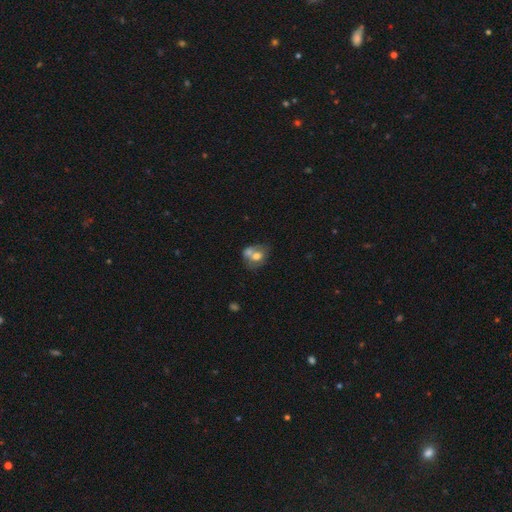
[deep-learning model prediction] Smooth or featured? smooth (63%)
How rounded? round (50%)
Merging? merger (56%)